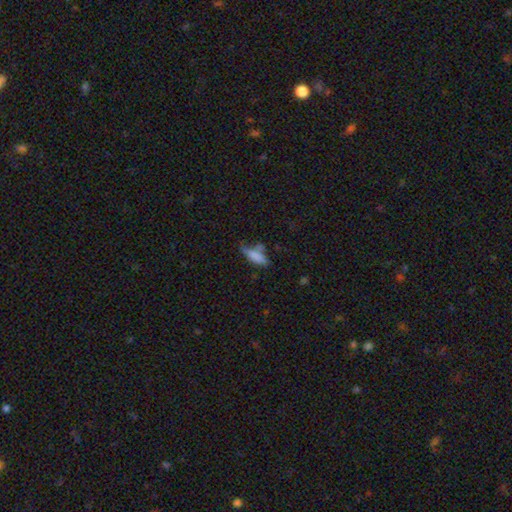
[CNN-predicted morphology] Smooth or featured: smooth — 77% (featured or disk — 14%)
How rounded: in between — 60% (cigar-shaped — 37%)
Merging: none — 42% (minor disturbance — 28%)